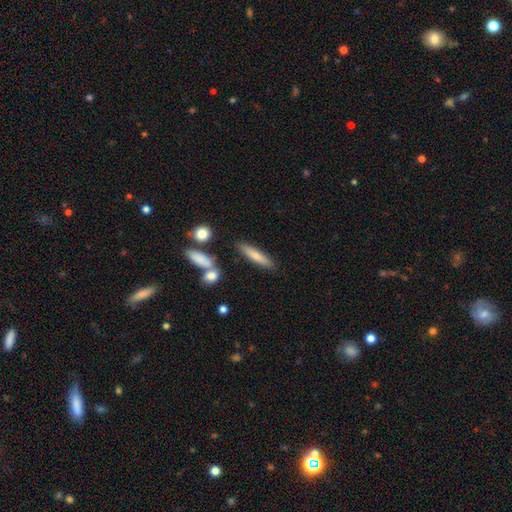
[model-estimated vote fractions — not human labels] This is likely a smooth galaxy (73%). How rounded: clearly cigar-shaped (82%). Merging: clearly none (80%).